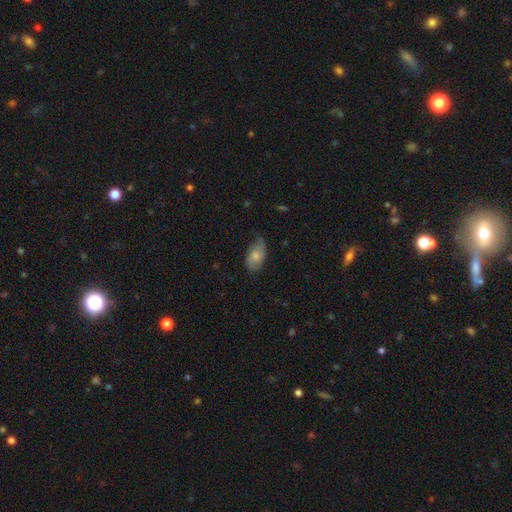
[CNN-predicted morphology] Smooth or featured?
  - smooth: 64% *
  - featured or disk: 29%
  - star or artifact: 7%
How rounded?
  - in between: 91% *
  - round: 6%
  - cigar-shaped: 2%
Merging?
  - none: 59% *
  - minor disturbance: 32%
  - major disturbance: 7%
  - merger: 1%